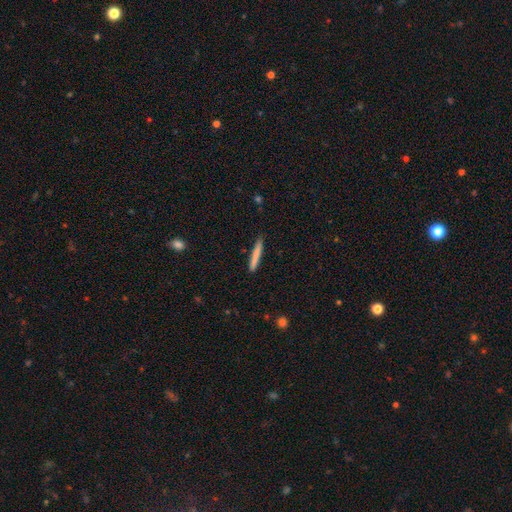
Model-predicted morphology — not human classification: smooth-or-featured: smooth: 79% | featured or disk: 15% | star or artifact: 6%
  how-rounded: cigar-shaped: 96% | in between: 3% | round: 1%
  merging: none: 88% | minor disturbance: 9% | major disturbance: 2% | merger: 1%